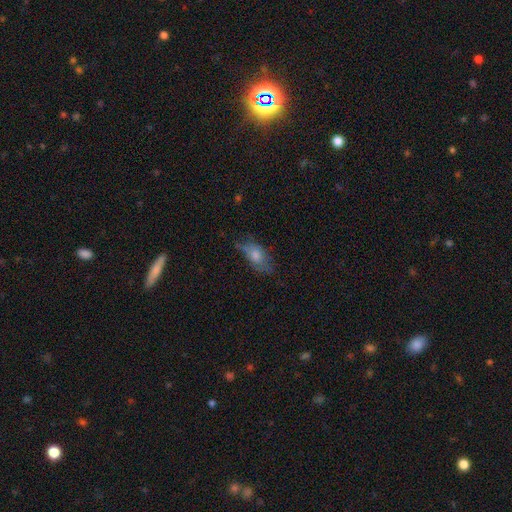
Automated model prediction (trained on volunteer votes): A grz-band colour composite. It shows a smooth galaxy with no disk features (55%) that is in between round and cigar-shaped (80%). Merging: none (57%).